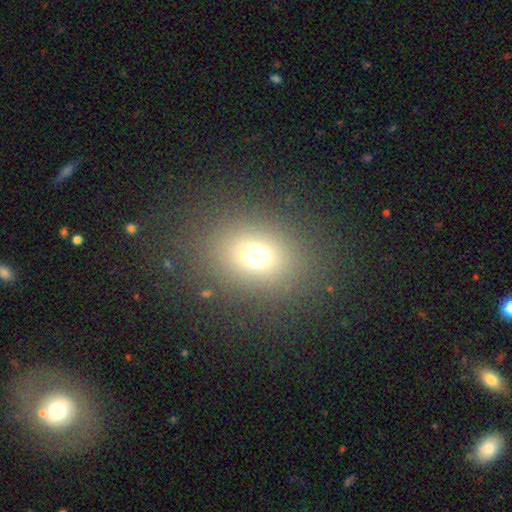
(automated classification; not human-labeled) A smooth galaxy with no disk features (69%) that is round (55%).

Vote fractions:
- Smooth or featured? smooth: 69% / star or artifact: 21% / featured or disk: 10%
- How rounded? round: 55% / in between: 44% / cigar-shaped: 1%
- Merging? none: 83% / minor disturbance: 8% / major disturbance: 7% / merger: 2%